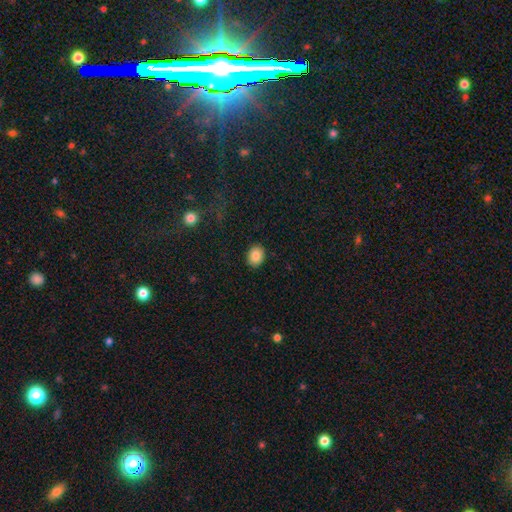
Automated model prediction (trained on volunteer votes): A smooth galaxy with no disk features (87%) that is in between round and cigar-shaped (55%).

Vote fractions:
- Smooth or featured? smooth: 87% / star or artifact: 8% / featured or disk: 5%
- How rounded? in between: 55% / round: 44% / cigar-shaped: 1%
- Merging? none: 89% / minor disturbance: 8% / major disturbance: 2% / merger: 1%